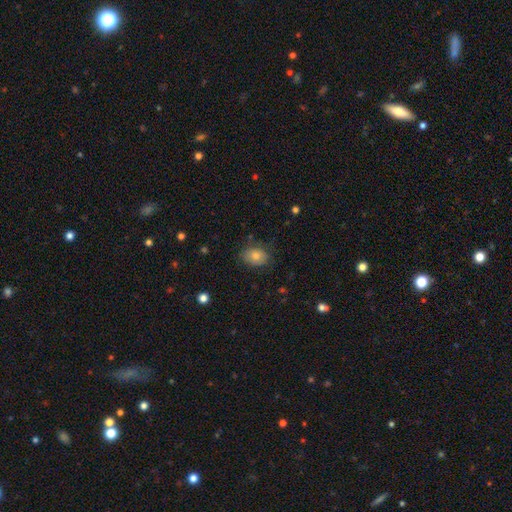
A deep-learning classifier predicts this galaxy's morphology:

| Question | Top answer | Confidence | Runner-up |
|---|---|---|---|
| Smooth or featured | smooth | 75% | featured or disk (14%) |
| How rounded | in between | 60% | round (39%) |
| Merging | none | 76% | minor disturbance (18%) |